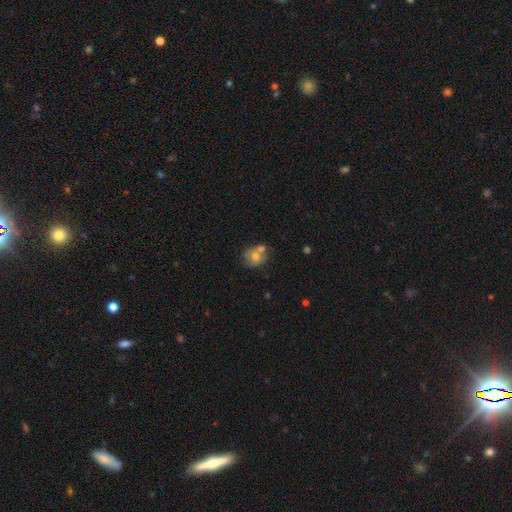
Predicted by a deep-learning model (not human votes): A smooth galaxy with no disk features (62%) that is round (66%). Merging: none (47%).